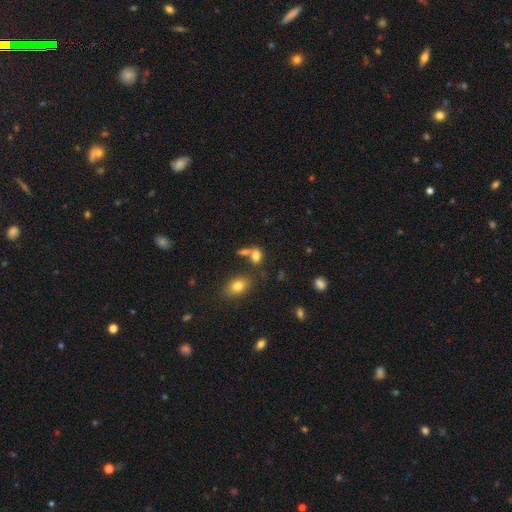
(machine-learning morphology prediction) Q: Smooth or featured?
A: smooth (79%); runner-up: star or artifact (11%)
Q: How rounded?
A: in between (73%); runner-up: round (24%)
Q: Merging?
A: none (46%); runner-up: merger (35%)